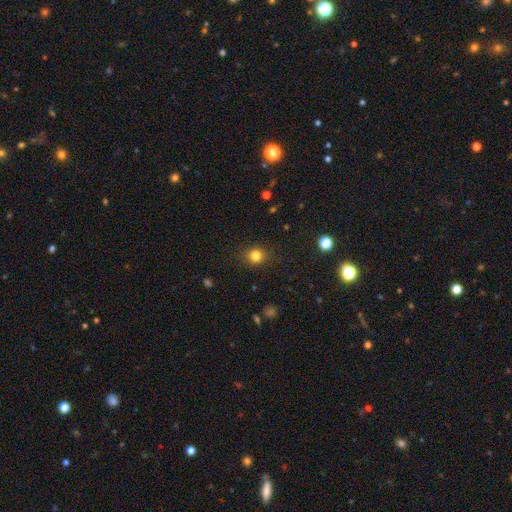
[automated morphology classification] Smooth or featured? smooth (82%)
How rounded? round (84%)
Merging? none (87%)